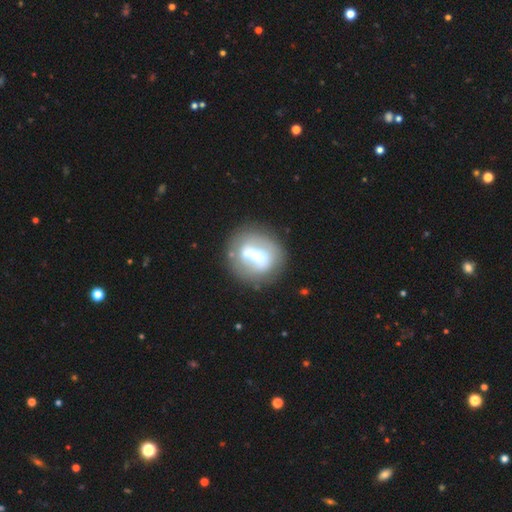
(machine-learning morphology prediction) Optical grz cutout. It shows a featured or disk galaxy (48%). Merging: none (59%).